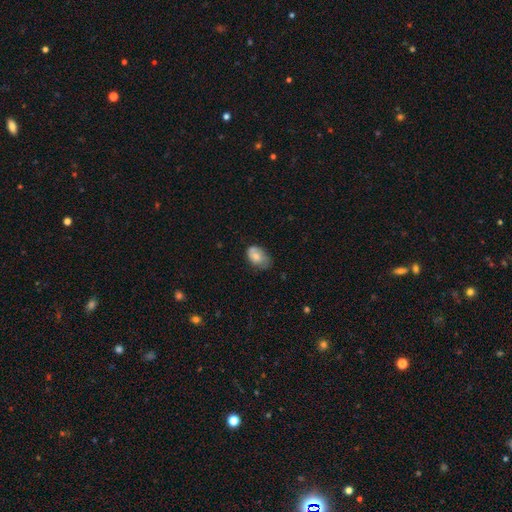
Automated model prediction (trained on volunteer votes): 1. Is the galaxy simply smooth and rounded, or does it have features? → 71% smooth, 21% featured or disk, 8% star or artifact.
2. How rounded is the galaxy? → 83% in between, 15% round, 1% cigar-shaped.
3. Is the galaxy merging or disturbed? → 46% none, 37% minor disturbance, 12% major disturbance, 4% merger.